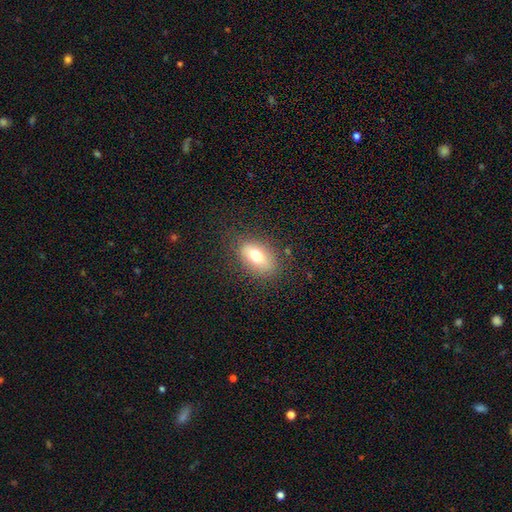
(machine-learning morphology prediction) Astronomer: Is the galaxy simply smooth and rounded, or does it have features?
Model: smooth — 70%.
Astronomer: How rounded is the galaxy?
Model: in between — 85%.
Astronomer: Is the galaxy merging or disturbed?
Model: none — 80%.